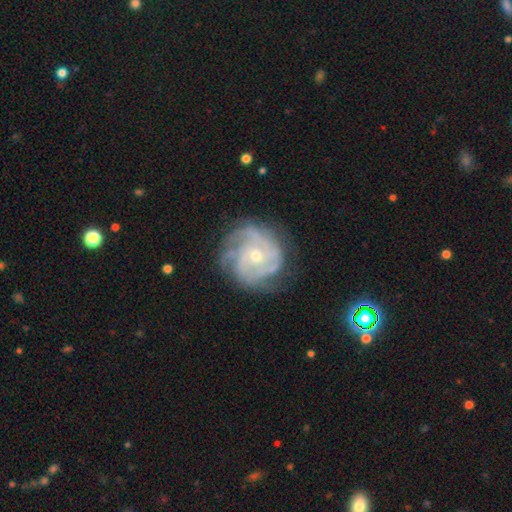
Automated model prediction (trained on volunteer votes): Smooth or featured: featured or disk — 85% (smooth — 9%)
Edge-on disk: no — 98% (yes — 2%)
Bar: no — 77% (weak — 19%)
Spiral arms: yes — 95% (no — 5%)
Spiral winding: tight — 63% (medium — 30%)
Spiral arm count: 3 — 29% (can't tell — 25%)
Bulge size: small — 60% (moderate — 37%)
Merging: none — 71% (minor disturbance — 19%)